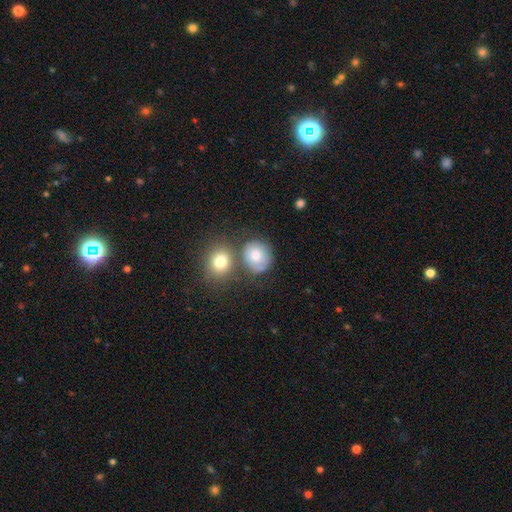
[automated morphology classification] Smooth or featured? smooth (76%)
How rounded? round (79%)
Merging? none (56%)